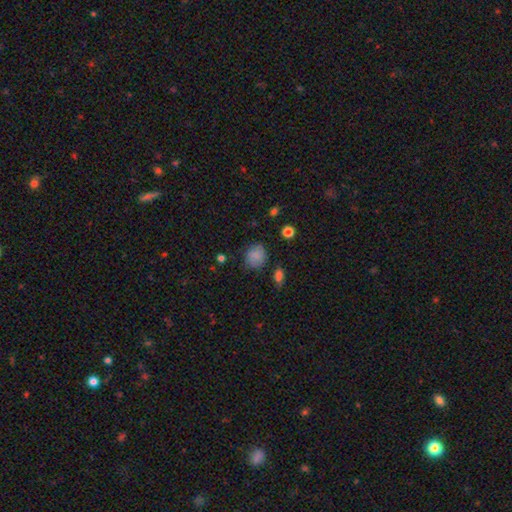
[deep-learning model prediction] smooth 76%, featured or disk 13%, star or artifact 11%. Down the decision tree: how rounded — round (66%); merging — none (69%).